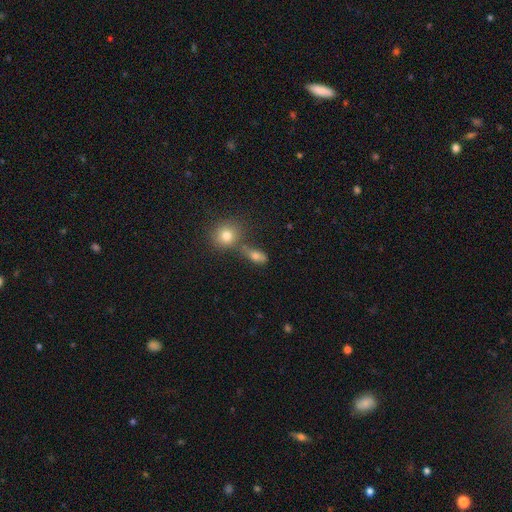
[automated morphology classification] smooth 70%, featured or disk 15%, star or artifact 14%. Down the decision tree: how rounded — in between (65%); merging — none (53%).